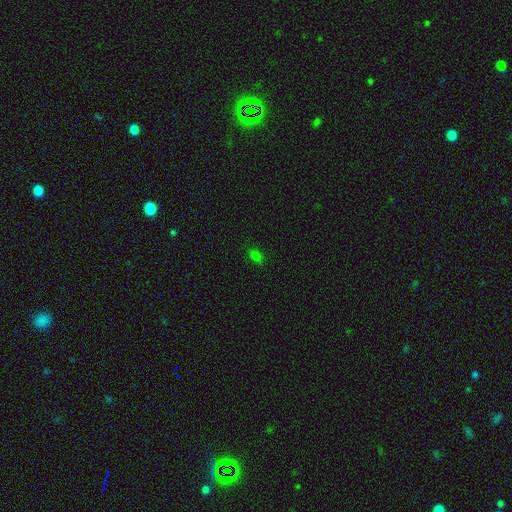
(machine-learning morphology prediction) Q: Smooth or featured?
A: smooth (74%); runner-up: star or artifact (22%)
Q: How rounded?
A: in between (80%); runner-up: round (18%)
Q: Merging?
A: none (86%); runner-up: minor disturbance (10%)